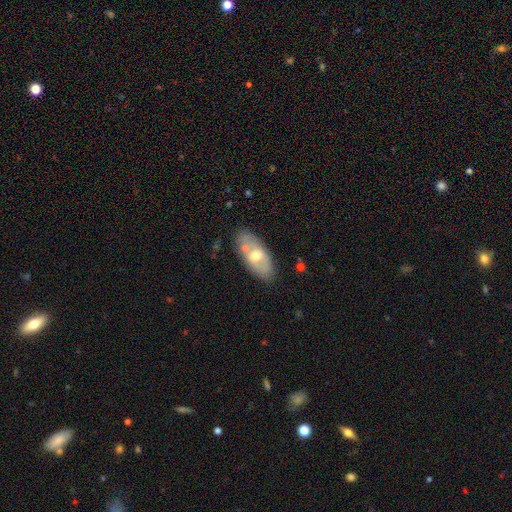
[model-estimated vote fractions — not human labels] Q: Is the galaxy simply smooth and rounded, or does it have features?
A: smooth — 49%.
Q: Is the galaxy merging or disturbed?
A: none — 70%.